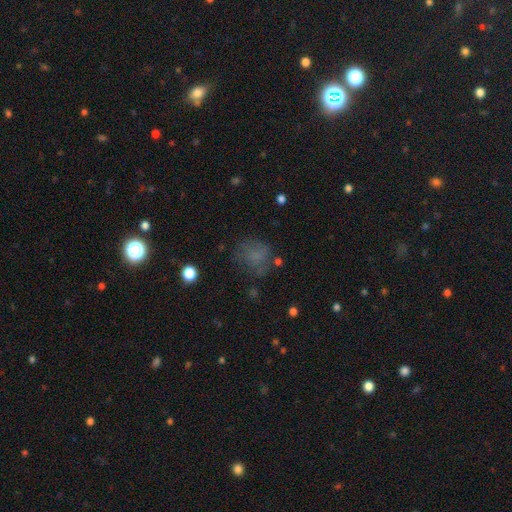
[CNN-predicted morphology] Smooth or featured? smooth (59%)
How rounded? round (65%)
Merging? none (56%)